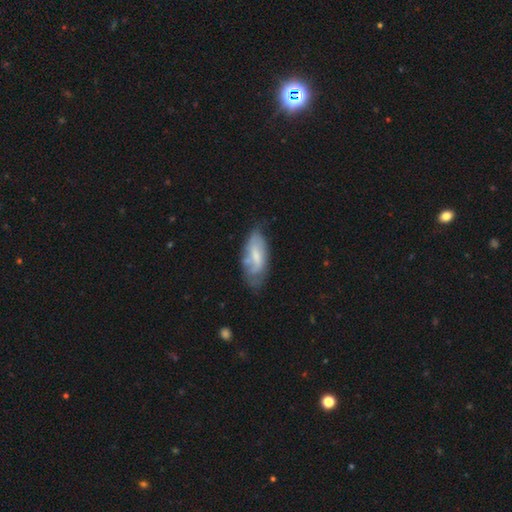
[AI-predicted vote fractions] smooth_or_featured: featured or disk (p=0.47) [alt: smooth p=0.46]
merging: none (p=0.52) [alt: minor disturbance p=0.32]